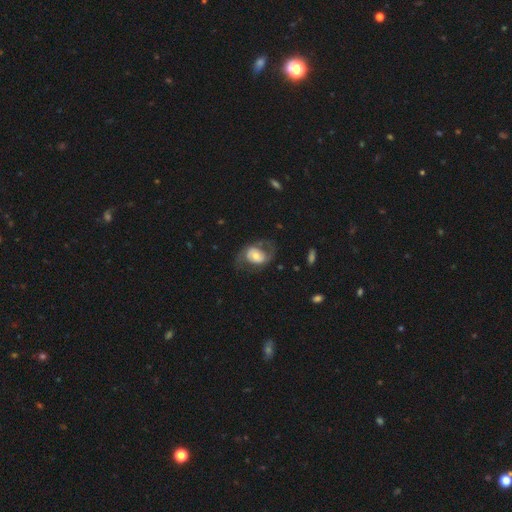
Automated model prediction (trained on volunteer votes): Smooth or featured: featured or disk — 62% (smooth — 31%)
Edge-on disk: no — 96% (yes — 4%)
Bar: no — 59% (weak — 28%)
Spiral arms: yes — 76% (no — 24%)
Bulge size: moderate — 49% (small — 29%)
Merging: none — 58% (major disturbance — 22%)